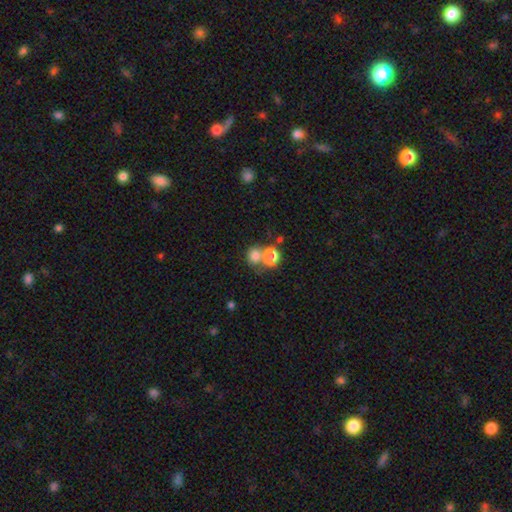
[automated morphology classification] Overall: smooth (77%). How rounded: round (70%). Merging: merger (49%; none 39%).